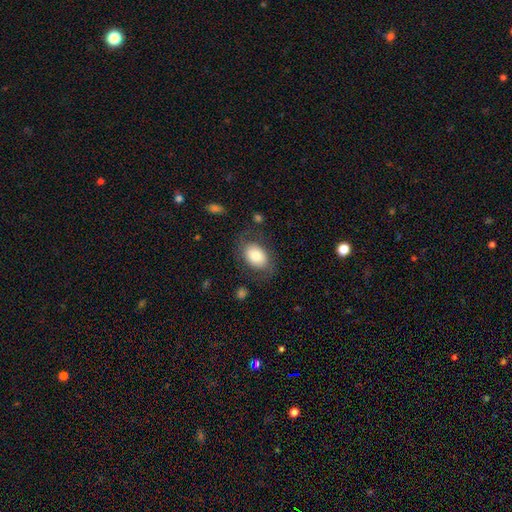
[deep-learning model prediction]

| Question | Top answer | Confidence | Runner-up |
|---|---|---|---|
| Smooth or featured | smooth | 75% | featured or disk (18%) |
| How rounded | in between | 83% | round (16%) |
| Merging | none | 68% | minor disturbance (18%) |